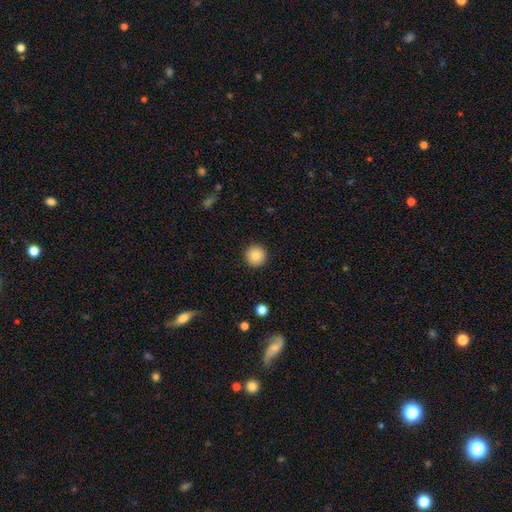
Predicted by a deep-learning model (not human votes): A smooth galaxy with no disk features (85%) that is round (96%). Merging: none (93%).